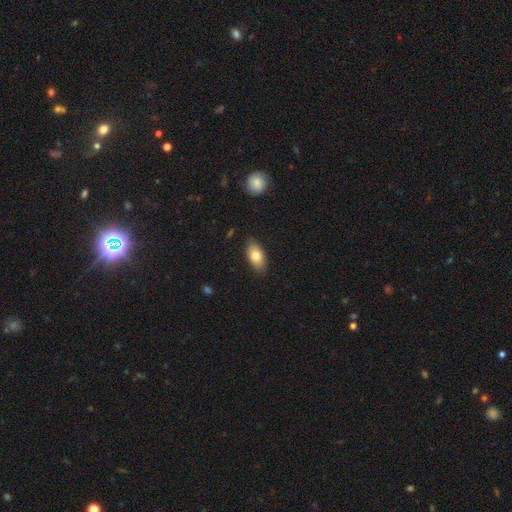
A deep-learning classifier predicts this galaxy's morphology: smooth 78%, featured or disk 15%, star or artifact 7%. Down the decision tree: how rounded — in between (91%); merging — none (86%).